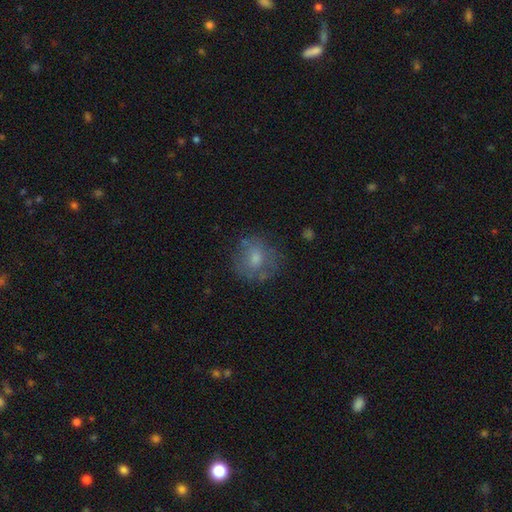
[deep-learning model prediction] Morphology: type=smooth (61%); roundness=round (79%); merging=none (67%).